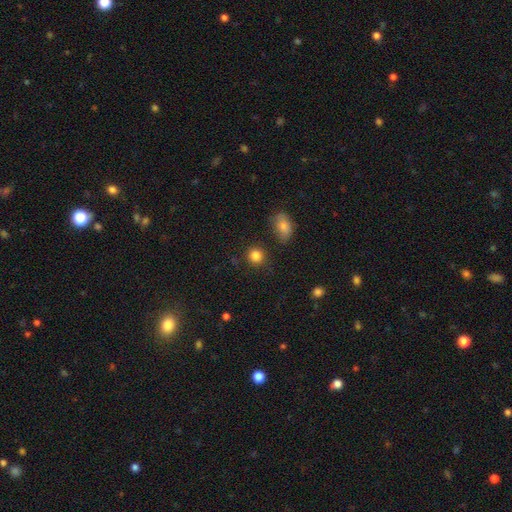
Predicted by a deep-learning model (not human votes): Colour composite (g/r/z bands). It shows a smooth galaxy with no disk features (86%) that is round (86%). Merging: none (85%).